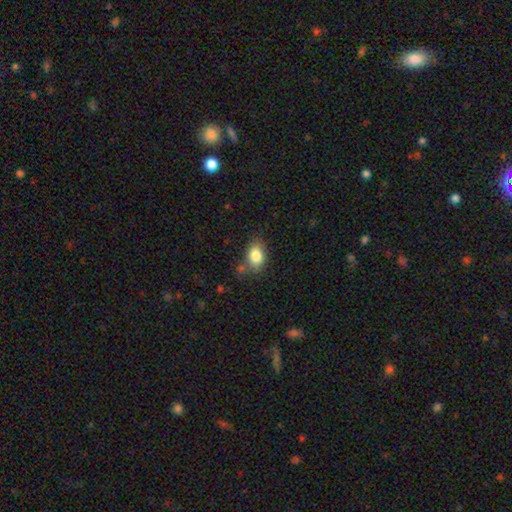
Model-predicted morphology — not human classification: smooth_or_featured: smooth (p=0.84) [alt: star or artifact p=0.08]
how_rounded: in between (p=0.81) [alt: round p=0.17]
merging: none (p=0.70) [alt: minor disturbance p=0.19]